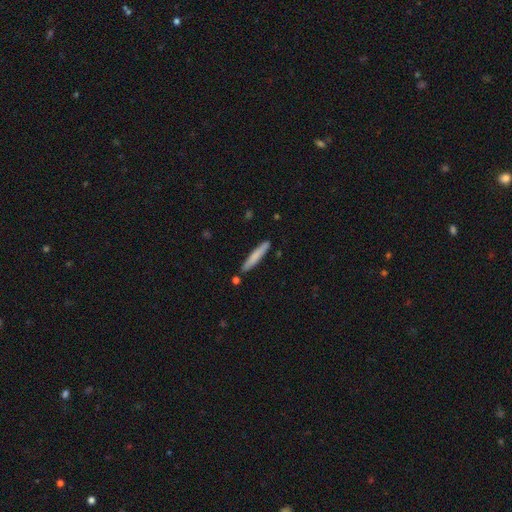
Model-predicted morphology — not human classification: smooth-or-featured: smooth: 76% | featured or disk: 19% | star or artifact: 5%
  how-rounded: cigar-shaped: 94% | in between: 5% | round: 1%
  merging: none: 87% | minor disturbance: 9% | merger: 3% | major disturbance: 2%